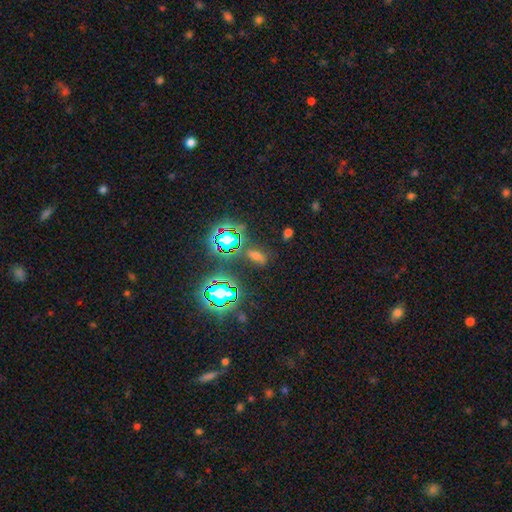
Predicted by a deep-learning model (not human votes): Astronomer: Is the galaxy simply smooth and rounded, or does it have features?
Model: star or artifact — 48% (runner-up: smooth, 40%).